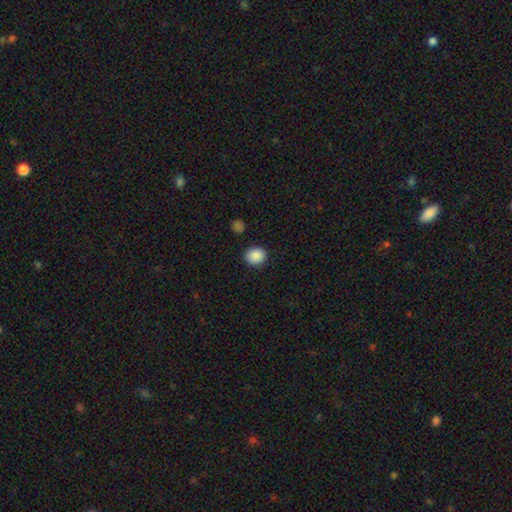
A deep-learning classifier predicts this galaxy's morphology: Smooth or featured?
  - smooth: 89% *
  - star or artifact: 8%
  - featured or disk: 3%
How rounded?
  - round: 77% *
  - in between: 22%
  - cigar-shaped: 1%
Merging?
  - none: 89% *
  - minor disturbance: 7%
  - major disturbance: 2%
  - merger: 2%